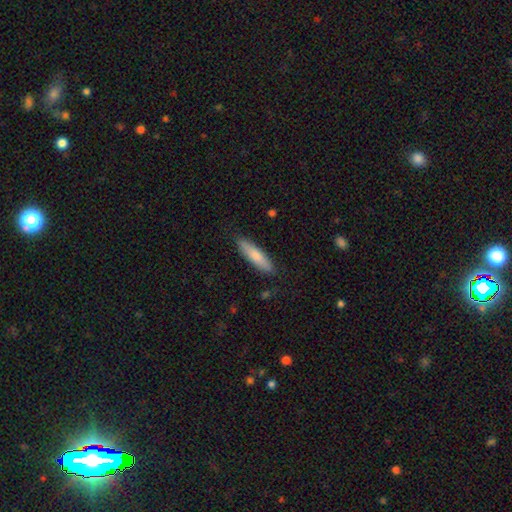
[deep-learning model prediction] Q: Smooth or featured?
A: smooth (75%); runner-up: featured or disk (19%)
Q: How rounded?
A: cigar-shaped (76%); runner-up: in between (23%)
Q: Merging?
A: none (87%); runner-up: minor disturbance (10%)